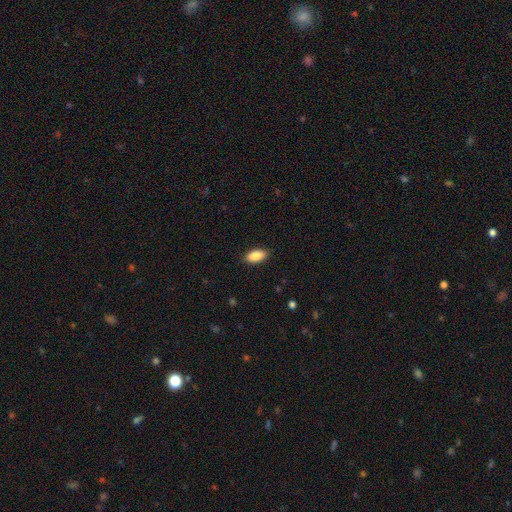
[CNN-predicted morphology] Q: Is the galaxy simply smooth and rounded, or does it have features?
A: smooth — 89%.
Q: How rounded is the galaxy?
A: in between — 92%.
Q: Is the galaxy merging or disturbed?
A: none — 88%.